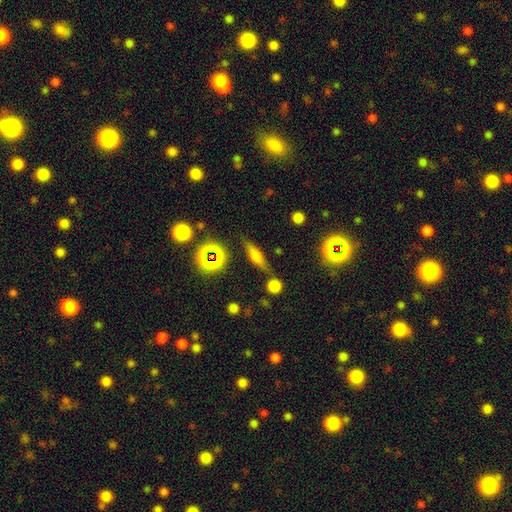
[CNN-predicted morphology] Smooth or featured? smooth (43%)
Merging? none (76%)